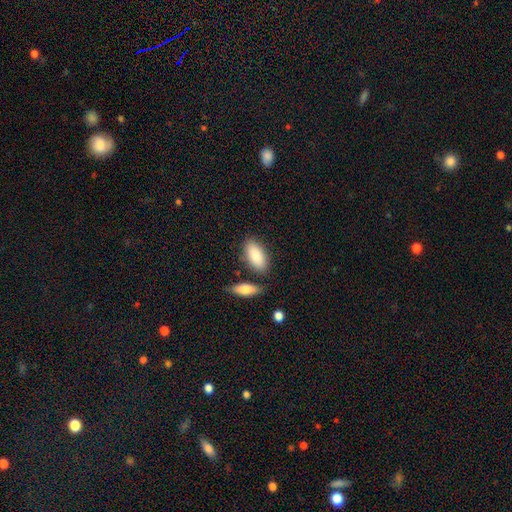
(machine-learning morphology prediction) type=smooth (88%); roundness=in between (90%); merging=none (75%).